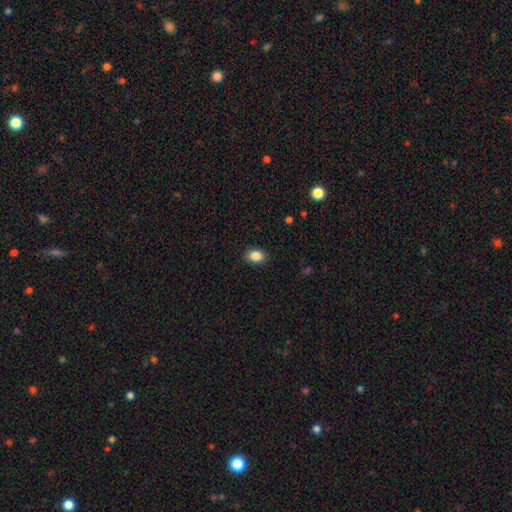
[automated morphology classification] Smooth or featured? smooth (87%)
How rounded? in between (75%)
Merging? none (89%)